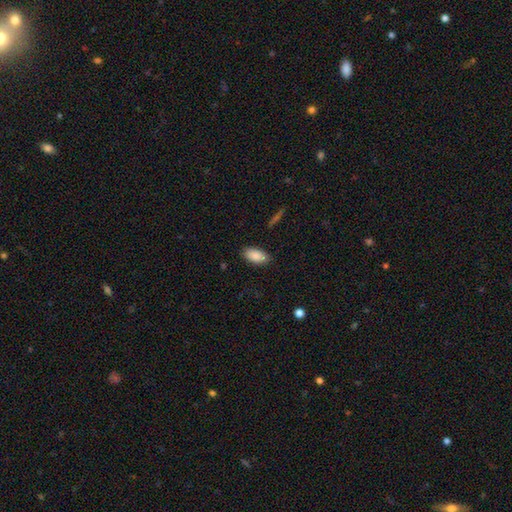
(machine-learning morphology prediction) Smooth or featured? Predicted: smooth (p=0.88). How rounded? Predicted: in between (p=0.93). Merging? Predicted: none (p=0.86).